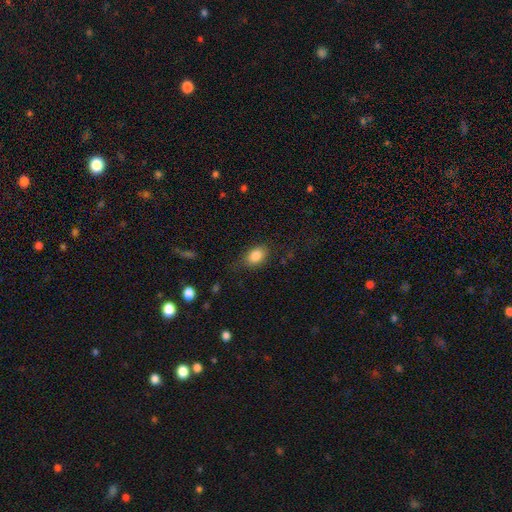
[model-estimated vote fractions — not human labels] smooth_or_featured: smooth (p=0.85) [alt: star or artifact p=0.08]
how_rounded: in between (p=0.80) [alt: round p=0.18]
merging: none (p=0.75) [alt: minor disturbance p=0.18]